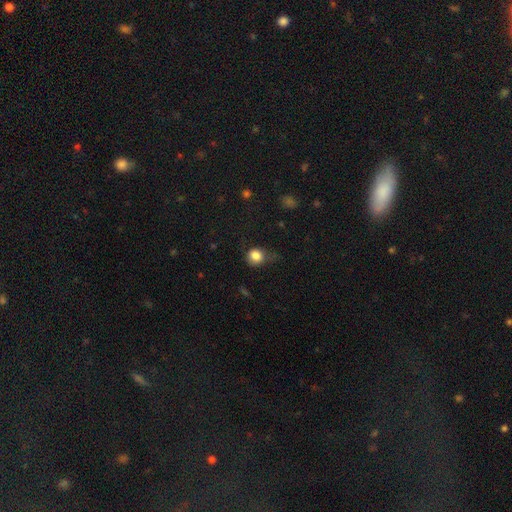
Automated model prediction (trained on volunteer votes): The model was most divided on "merging": none: 47%, minor disturbance: 34%, major disturbance: 17%, merger: 2%. More confident: smooth or featured — smooth (83%); how rounded — round (76%).